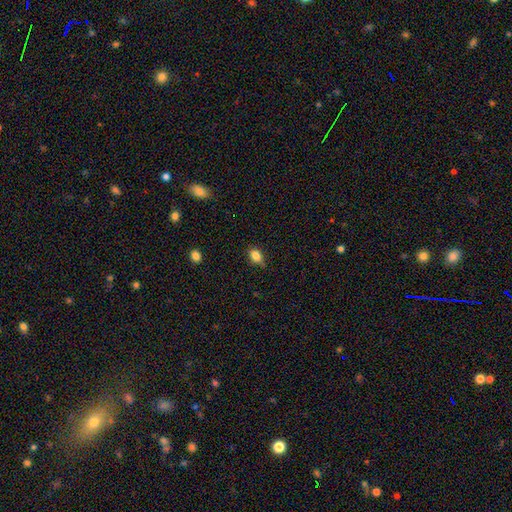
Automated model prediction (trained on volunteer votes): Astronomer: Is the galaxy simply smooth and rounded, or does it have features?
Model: smooth — 84%.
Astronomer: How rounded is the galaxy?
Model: in between — 70%.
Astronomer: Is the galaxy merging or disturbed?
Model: none — 71%.